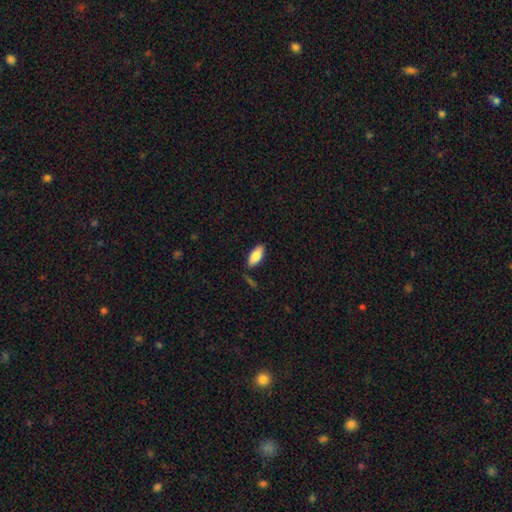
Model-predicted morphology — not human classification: A smooth galaxy with no disk features (84%) that is in between round and cigar-shaped (86%).

Vote fractions:
- Smooth or featured? smooth: 84% / featured or disk: 10% / star or artifact: 6%
- How rounded? in between: 86% / cigar-shaped: 12% / round: 2%
- Merging? none: 82% / minor disturbance: 12% / merger: 3% / major disturbance: 3%